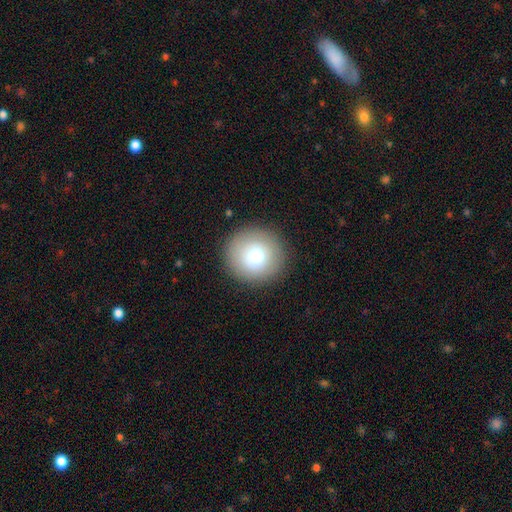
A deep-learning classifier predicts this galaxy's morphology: Smooth or featured: smooth — 73% (featured or disk — 16%)
How rounded: round — 90% (in between — 9%)
Merging: none — 89% (minor disturbance — 7%)